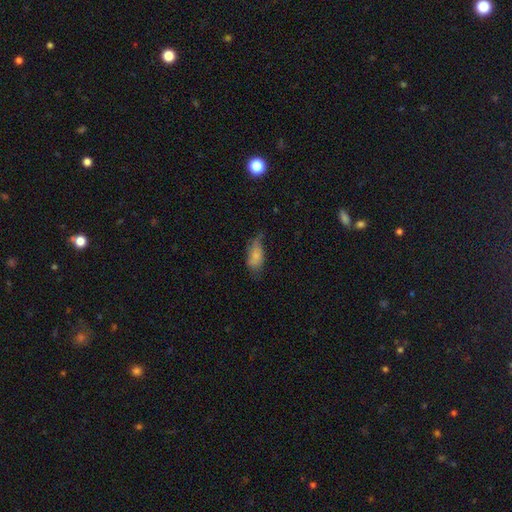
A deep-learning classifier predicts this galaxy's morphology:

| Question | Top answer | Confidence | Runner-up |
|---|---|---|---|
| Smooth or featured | smooth | 77% | featured or disk (15%) |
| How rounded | in between | 89% | cigar-shaped (8%) |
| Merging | minor disturbance | 40% | none (38%) |